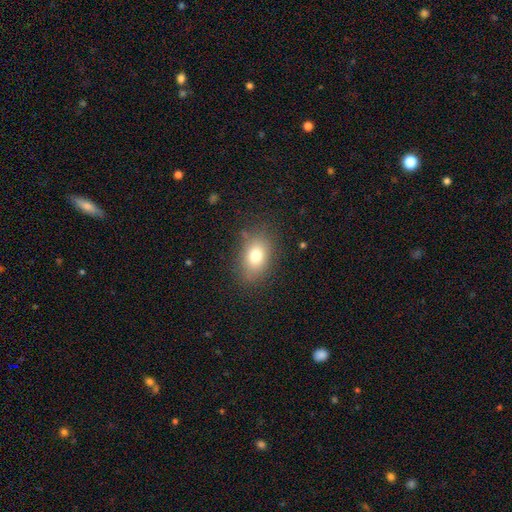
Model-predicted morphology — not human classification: This appears to be a smooth galaxy with no disk features (76%) that is in between round and cigar-shaped (81%). Merging: none (81%).